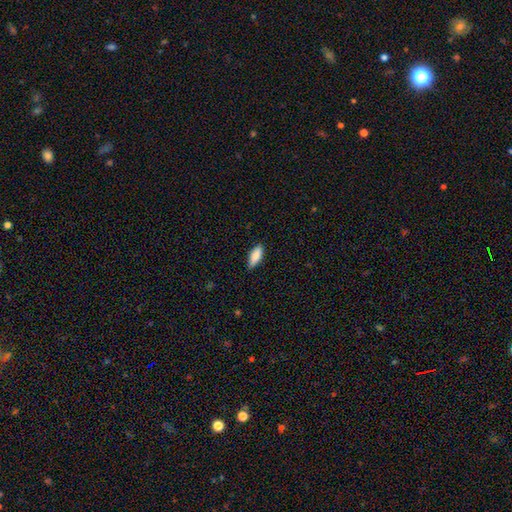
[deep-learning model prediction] Overall: smooth (83%). How rounded: in between (71%). Merging: none (80%).